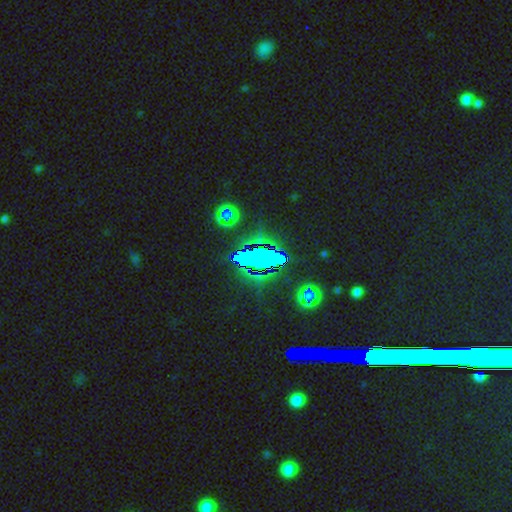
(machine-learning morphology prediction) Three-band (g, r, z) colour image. It shows a star or artifact, not a galaxy (74%).